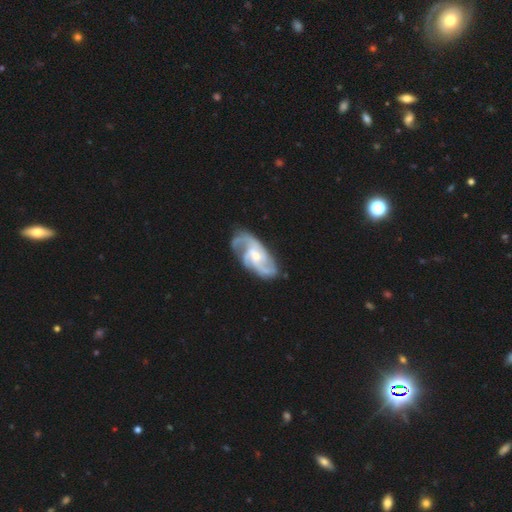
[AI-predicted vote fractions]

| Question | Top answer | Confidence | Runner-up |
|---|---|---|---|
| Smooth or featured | featured or disk | 89% | smooth (7%) |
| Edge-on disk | no | 97% | yes (3%) |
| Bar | no | 48% | weak (42%) |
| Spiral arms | yes | 98% | no (2%) |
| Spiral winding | medium | 51% | tight (32%) |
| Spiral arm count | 3 | 44% | 2 (24%) |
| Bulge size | moderate | 51% | small (43%) |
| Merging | none | 69% | minor disturbance (19%) |